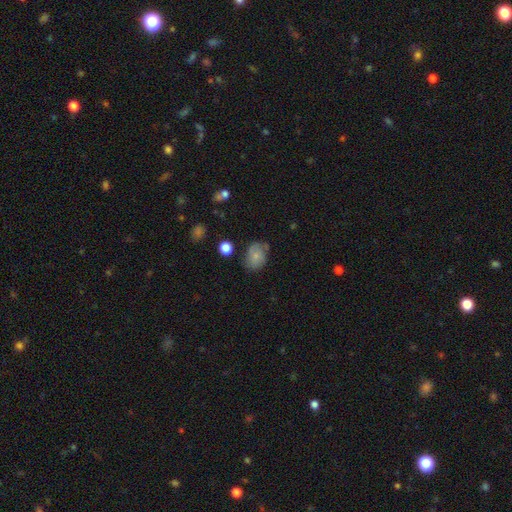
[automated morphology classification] Smooth or featured? smooth (71%)
How rounded? in between (65%)
Merging? none (63%)